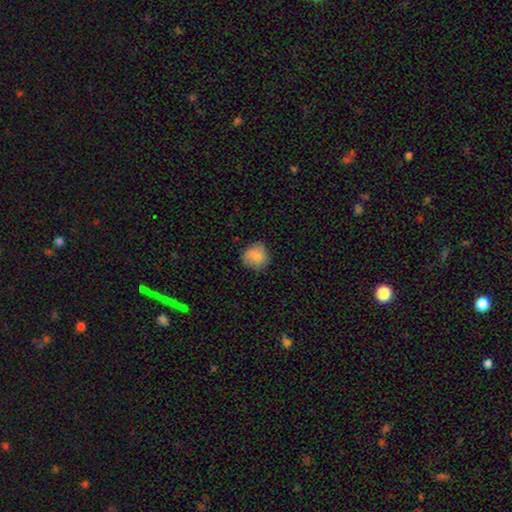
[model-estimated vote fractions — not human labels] Q: Smooth or featured?
A: smooth (81%); runner-up: featured or disk (11%)
Q: How rounded?
A: round (86%); runner-up: in between (13%)
Q: Merging?
A: none (73%); runner-up: minor disturbance (21%)